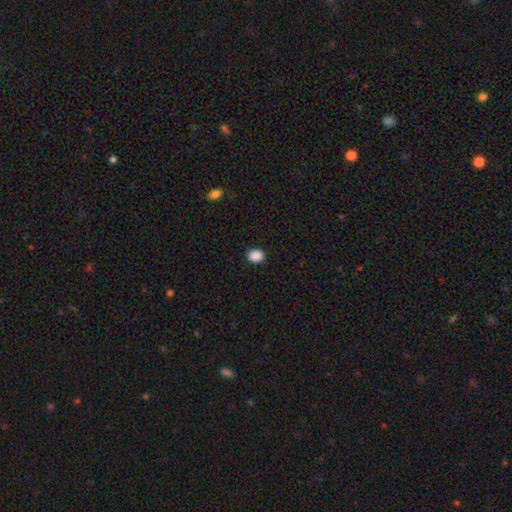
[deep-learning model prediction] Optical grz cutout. It shows a smooth galaxy with no disk features (89%) that is round (56%). Merging: none (89%).